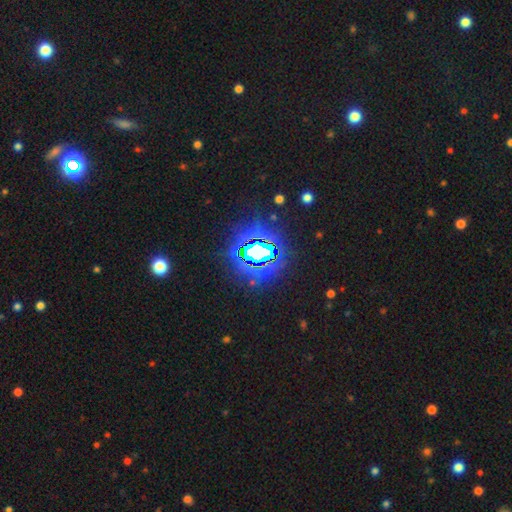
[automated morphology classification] star or artifact 84%, smooth 10%, featured or disk 7%.